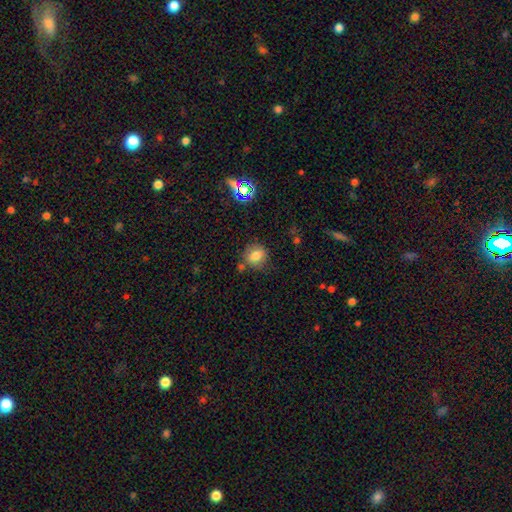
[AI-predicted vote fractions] smooth_or_featured: smooth (p=0.76) [alt: star or artifact p=0.13]
how_rounded: round (p=0.70) [alt: in between p=0.29]
merging: none (p=0.71) [alt: minor disturbance p=0.16]